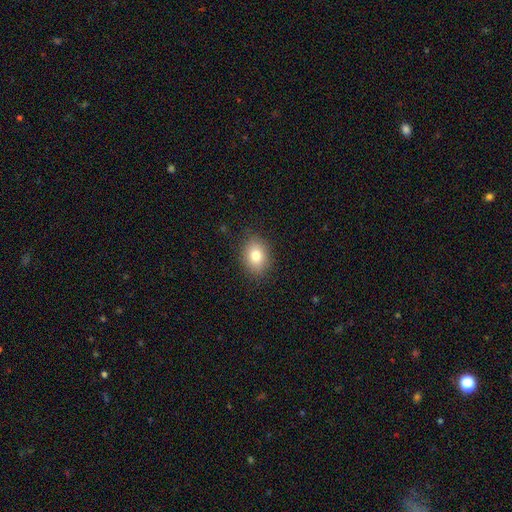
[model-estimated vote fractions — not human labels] smooth-or-featured: smooth: 81% | star or artifact: 10% | featured or disk: 10%
  how-rounded: in between: 62% | round: 37% | cigar-shaped: 1%
  merging: none: 87% | minor disturbance: 10% | major disturbance: 3% | merger: 1%